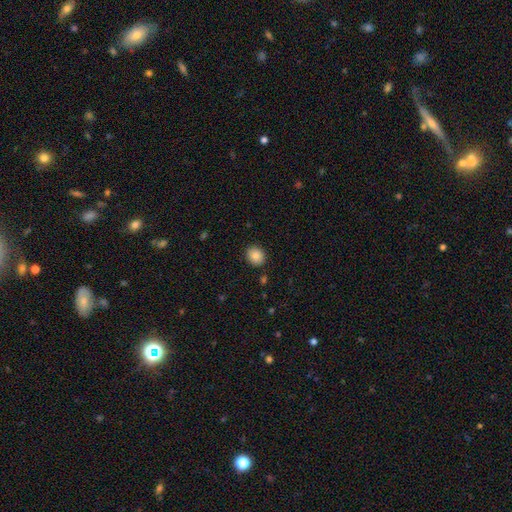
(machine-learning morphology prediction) This appears to be a smooth galaxy with no disk features (86%) that is round (69%). Merging: none (89%).